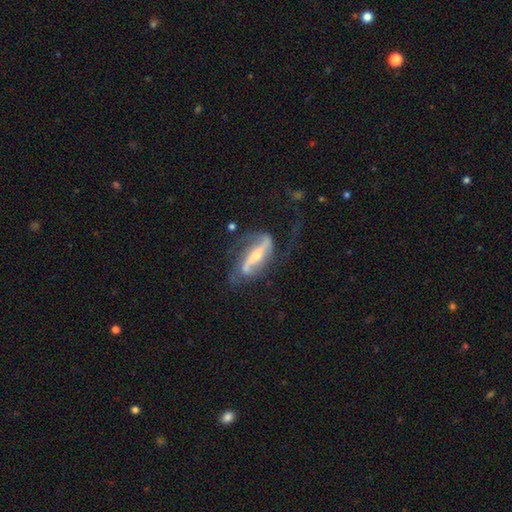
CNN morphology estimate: smooth-or-featured: featured or disk: 84% | smooth: 11% | star or artifact: 5%
  disk-edge-on: no: 79% | yes: 21%
    bar: strong: 67% | weak: 19% | no: 13%
    has-spiral-arms: yes: 90% | no: 10%
      spiral-winding: loose: 60% | medium: 28% | tight: 12%
      spiral-arm-count: 2: 86% | 1: 6% | can't tell: 4% | 3: 1% | 4: 1% | more than 4: 1%
    bulge-size: moderate: 45% | small: 44% | large: 6% | none: 3% | dominant: 2%
  merging: none: 52% | major disturbance: 24% | minor disturbance: 21% | merger: 4%